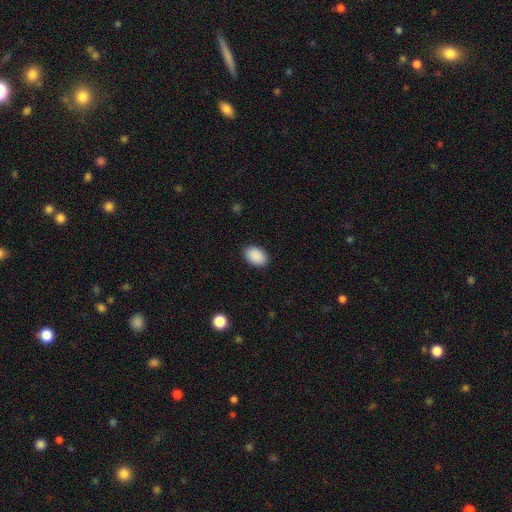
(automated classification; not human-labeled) Overall: smooth (91%). How rounded: in between (87%). Merging: none (89%).